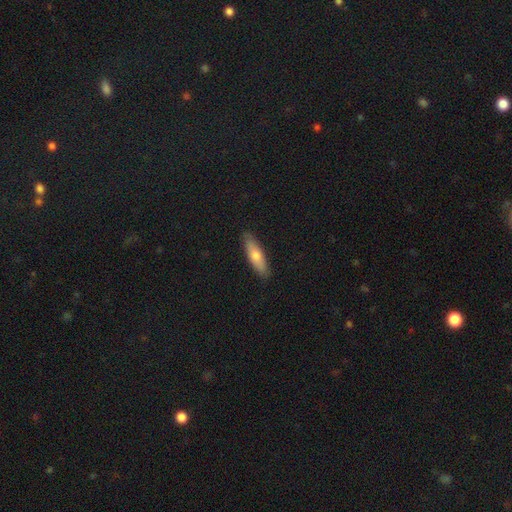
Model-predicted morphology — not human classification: smooth 68%, featured or disk 27%, star or artifact 5%. Down the decision tree: how rounded — cigar-shaped (57%); merging — none (87%).